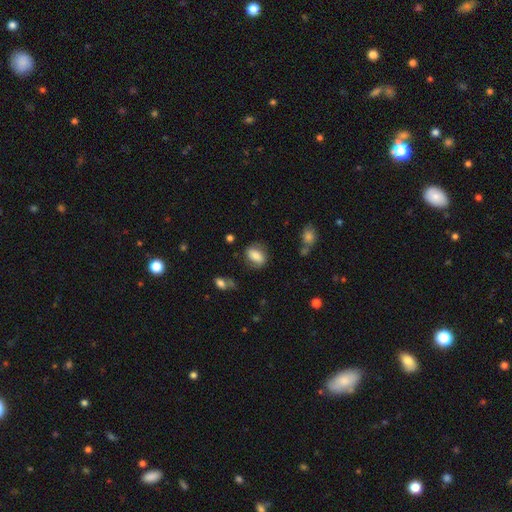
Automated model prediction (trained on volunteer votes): Smooth or featured? smooth (76%)
How rounded? in between (81%)
Merging? none (71%)